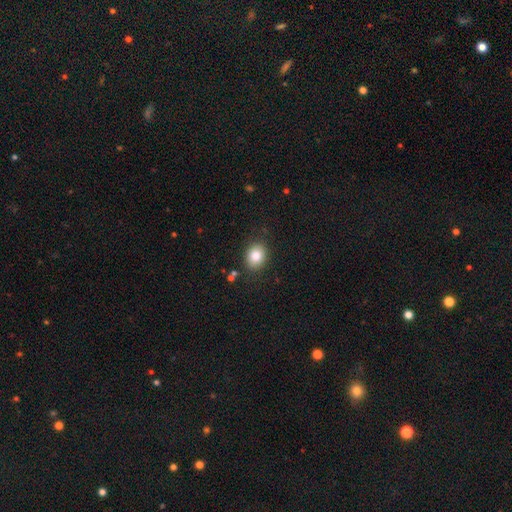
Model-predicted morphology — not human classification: The model was most divided on "how rounded": in between: 57%, round: 43%, cigar-shaped: 1%. More confident: merging — none (84%); smooth or featured — smooth (84%).